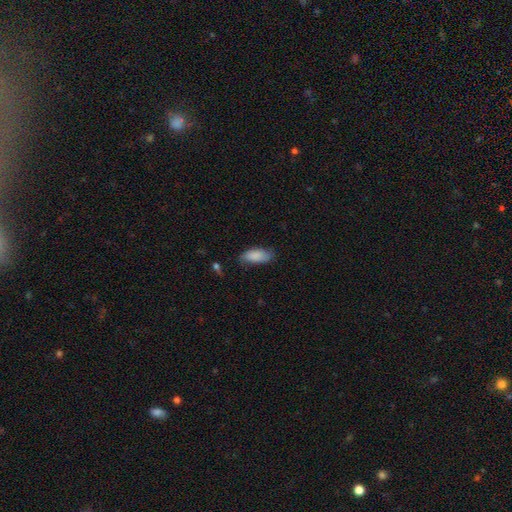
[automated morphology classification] The model was most divided on "merging": none: 71%, minor disturbance: 22%, major disturbance: 5%, merger: 2%. More confident: smooth or featured — smooth (86%); how rounded — in between (86%).